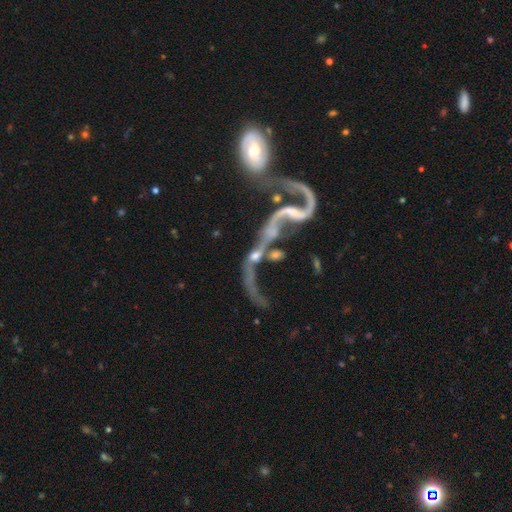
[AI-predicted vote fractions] A featured or disk galaxy (75%) with no bar (61%), spiral arms (65%) and no central bulge (41%).

Vote fractions:
- Smooth or featured? featured or disk: 75% / smooth: 13% / star or artifact: 12%
- Edge-on disk? no: 90% / yes: 10%
- Bar? no: 61% / weak: 27% / strong: 12%
- Spiral arms? yes: 65% / no: 35%
- Bulge size? none: 41% / small: 35% / moderate: 18% / large: 4% / dominant: 2%
- Merging? merger: 56% / major disturbance: 21% / none: 15% / minor disturbance: 8%